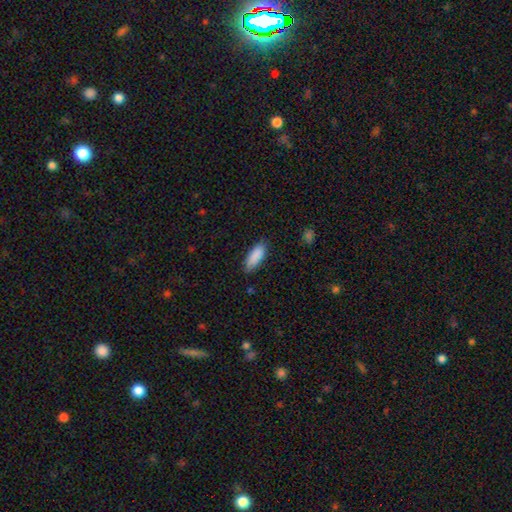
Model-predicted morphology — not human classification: A smooth galaxy with no disk features (89%) that is in between round and cigar-shaped (72%).

Vote fractions:
- Smooth or featured? smooth: 89% / star or artifact: 6% / featured or disk: 5%
- How rounded? in between: 72% / cigar-shaped: 27% / round: 2%
- Merging? none: 80% / minor disturbance: 16% / major disturbance: 3% / merger: 1%